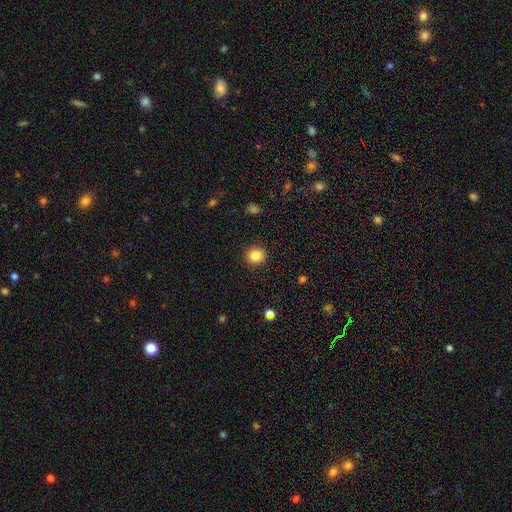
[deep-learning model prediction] smooth 84%, star or artifact 11%, featured or disk 5%. Down the decision tree: how rounded — round (92%); merging — none (92%).